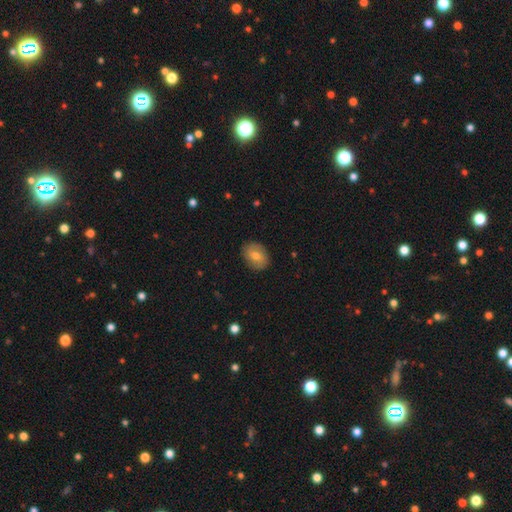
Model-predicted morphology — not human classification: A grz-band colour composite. It shows a smooth galaxy with no disk features (65%) that is in between round and cigar-shaped (62%). Merging: none (86%).